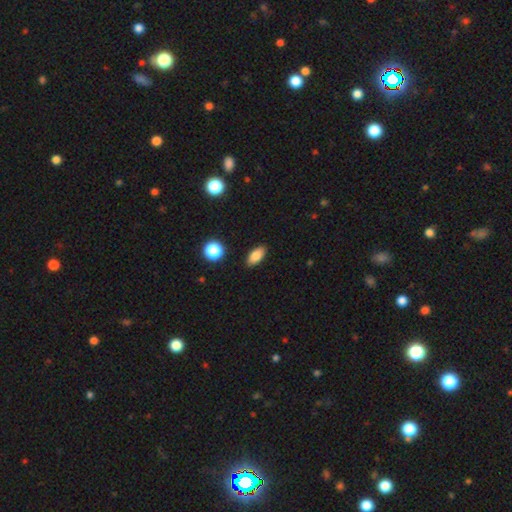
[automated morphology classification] Smooth or featured? Predicted: smooth (p=0.83). How rounded? Predicted: in between (p=0.87). Merging? Predicted: none (p=0.88).